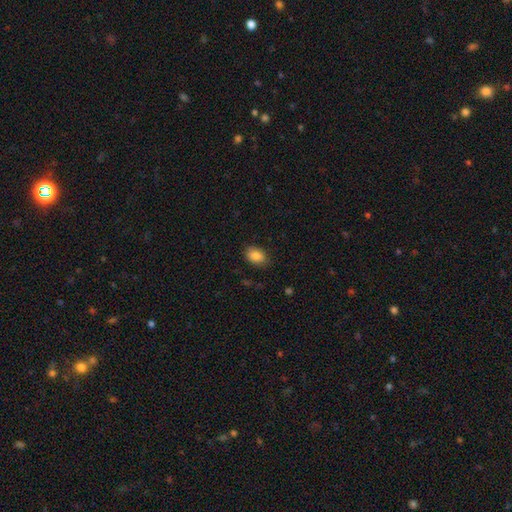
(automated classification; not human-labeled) A smooth galaxy with no disk features (86%) that is in between round and cigar-shaped (83%).

Vote fractions:
- Smooth or featured? smooth: 86% / star or artifact: 8% / featured or disk: 6%
- How rounded? in between: 83% / round: 16% / cigar-shaped: 1%
- Merging? none: 84% / minor disturbance: 12% / major disturbance: 3% / merger: 1%